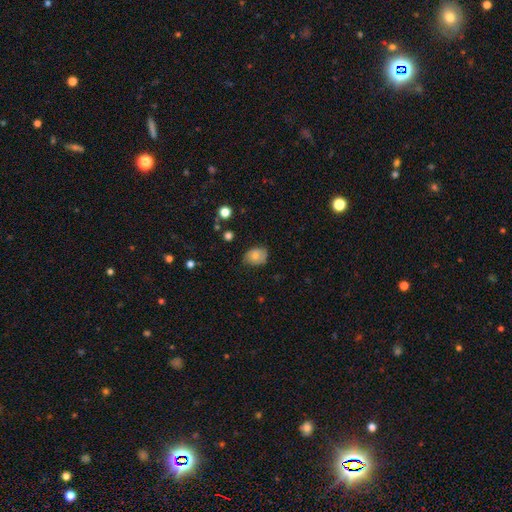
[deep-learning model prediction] Overall: smooth (73%). How rounded: in between (67%; round 32%). Merging: none (65%; minor disturbance 28%).